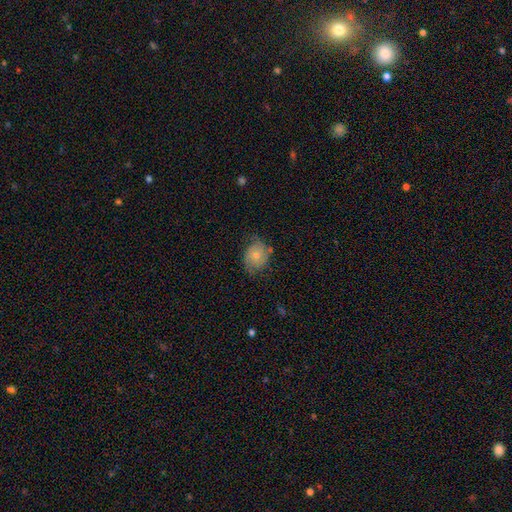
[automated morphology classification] Q: Smooth or featured?
A: featured or disk (51%); runner-up: smooth (38%)
Q: Edge-on disk?
A: no (96%); runner-up: yes (4%)
Q: Merging?
A: none (65%); runner-up: minor disturbance (24%)